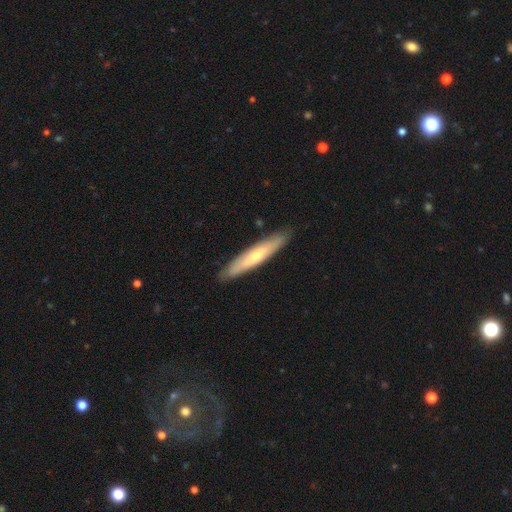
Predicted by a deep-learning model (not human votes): Smooth or featured?
  - featured or disk: 48% *
  - smooth: 44%
  - star or artifact: 7%
Merging?
  - none: 88% *
  - minor disturbance: 9%
  - major disturbance: 2%
  - merger: 1%